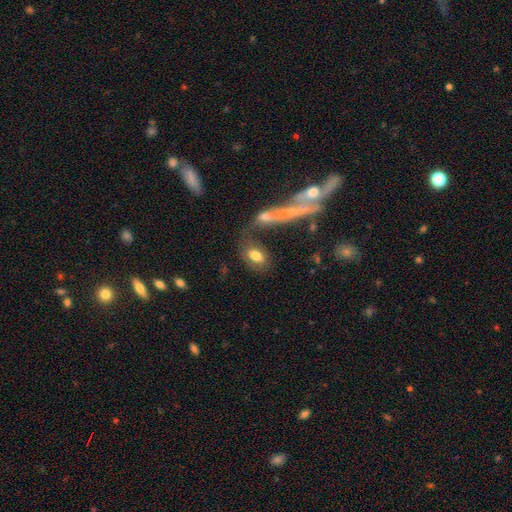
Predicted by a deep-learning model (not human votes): Overall: smooth (76%). How rounded: in between (86%). Merging: none (53%; merger 22%).